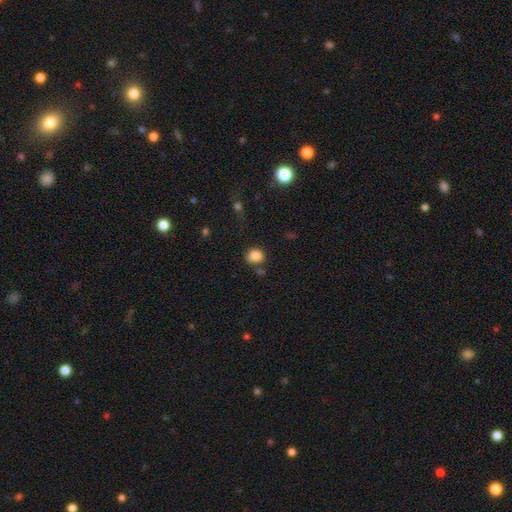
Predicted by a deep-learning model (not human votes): smooth-or-featured: smooth: 84% | star or artifact: 10% | featured or disk: 6%
  how-rounded: round: 70% | in between: 29% | cigar-shaped: 1%
  merging: none: 69% | minor disturbance: 16% | merger: 10% | major disturbance: 5%